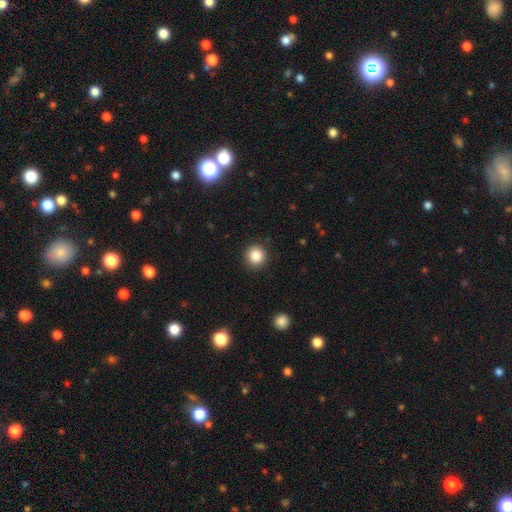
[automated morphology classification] Overall: smooth (86%). How rounded: round (92%). Merging: none (90%).